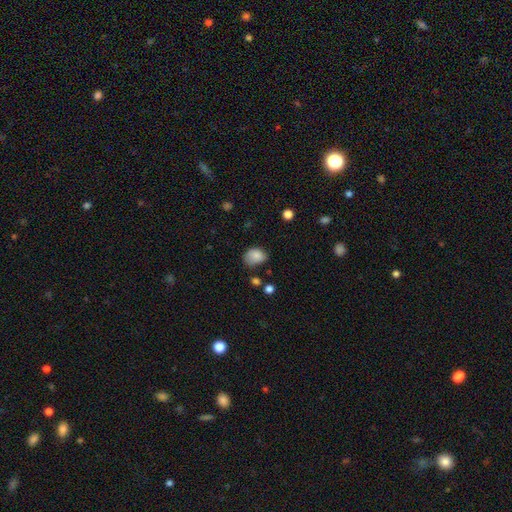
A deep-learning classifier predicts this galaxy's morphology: smooth-or-featured: smooth: 83% | star or artifact: 9% | featured or disk: 8%
  how-rounded: in between: 65% | round: 34% | cigar-shaped: 1%
  merging: none: 51% | minor disturbance: 36% | major disturbance: 10% | merger: 3%